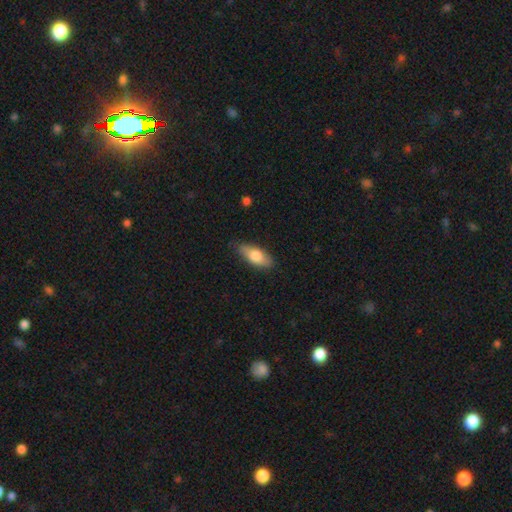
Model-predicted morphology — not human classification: smooth 73%, featured or disk 22%, star or artifact 6%. Down the decision tree: how rounded — in between (80%); merging — none (80%).